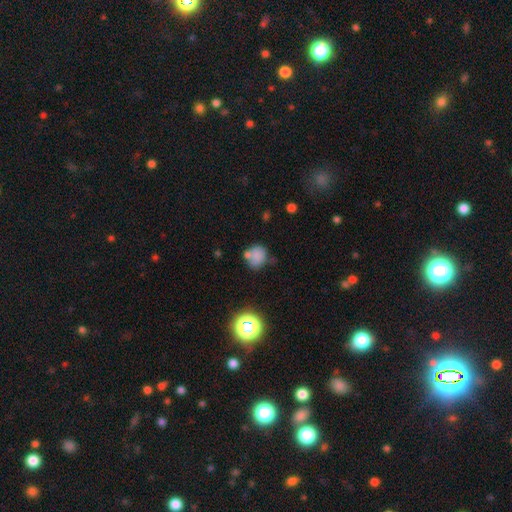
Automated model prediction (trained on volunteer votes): smooth_or_featured: smooth (p=0.76) [alt: star or artifact p=0.14]
how_rounded: round (p=0.71) [alt: in between p=0.28]
merging: none (p=0.52) [alt: merger p=0.21]